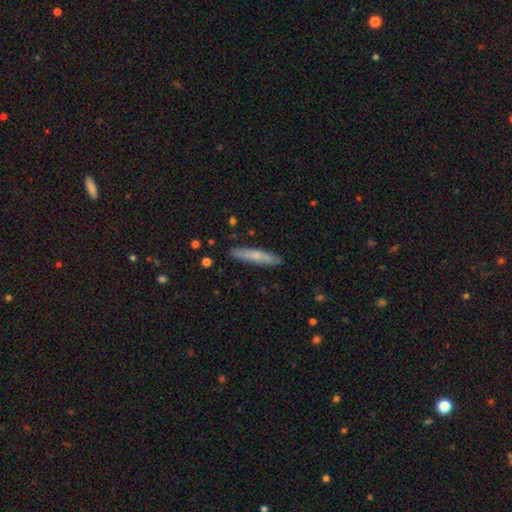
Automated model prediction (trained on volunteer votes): This is likely a smooth galaxy (63%). How rounded: clearly cigar-shaped (91%). Merging: clearly none (87%).